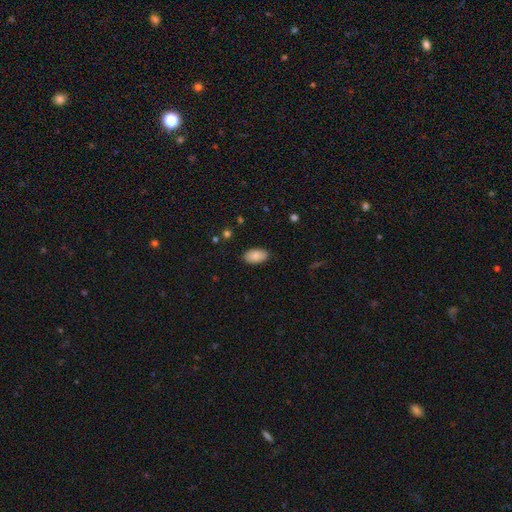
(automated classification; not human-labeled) Q: Smooth or featured?
A: smooth (88%); runner-up: star or artifact (7%)
Q: How rounded?
A: in between (95%); runner-up: round (3%)
Q: Merging?
A: none (88%); runner-up: minor disturbance (9%)